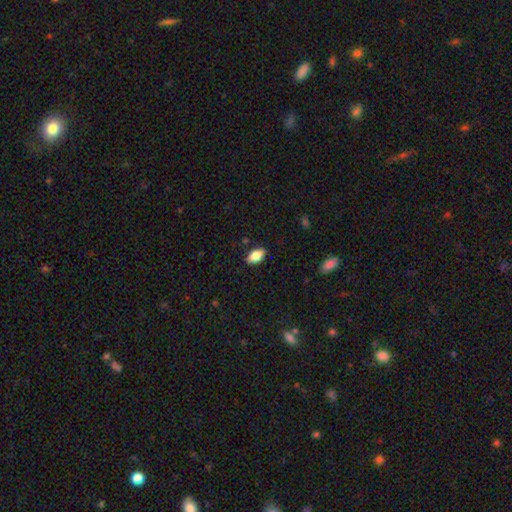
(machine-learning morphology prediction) smooth_or_featured: smooth (p=0.83) [alt: featured or disk p=0.10]
how_rounded: in between (p=0.92) [alt: round p=0.04]
merging: none (p=0.87) [alt: minor disturbance p=0.10]